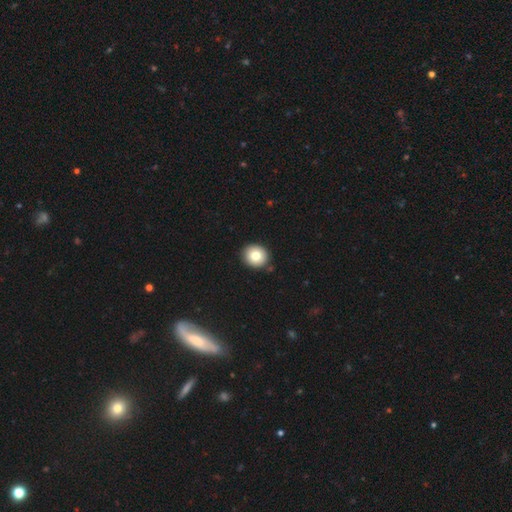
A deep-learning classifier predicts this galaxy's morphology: type=smooth (79%); roundness=round (87%); merging=none (90%).